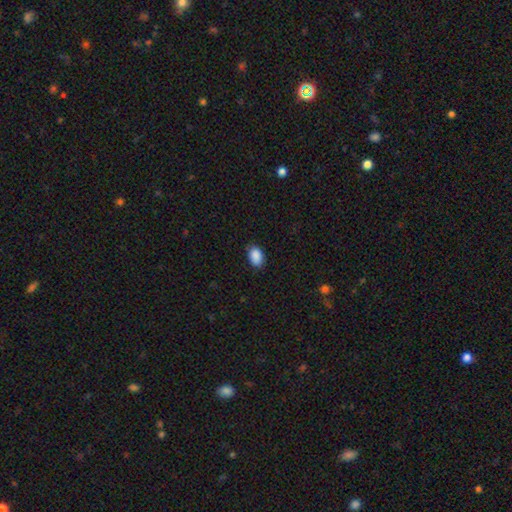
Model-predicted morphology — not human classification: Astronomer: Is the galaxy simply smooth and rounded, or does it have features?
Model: smooth — 90%.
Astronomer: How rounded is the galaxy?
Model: in between — 87%.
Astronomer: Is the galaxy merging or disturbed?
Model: none — 84%.